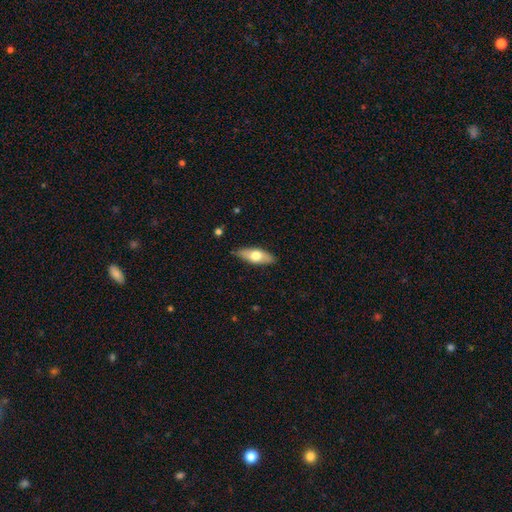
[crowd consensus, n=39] Morphology: type=featured or disk (62%); edge-on=yes (67%); edge-on bulge=rounded (100%); merging=none (71%).